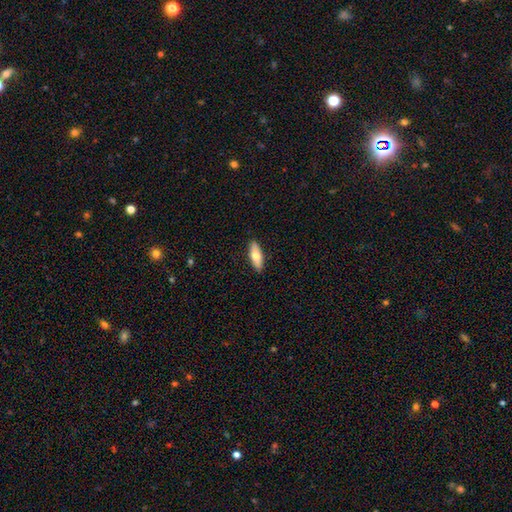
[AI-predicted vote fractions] A smooth galaxy with no disk features (67%) that is in between round and cigar-shaped (65%). Merging: none (90%).